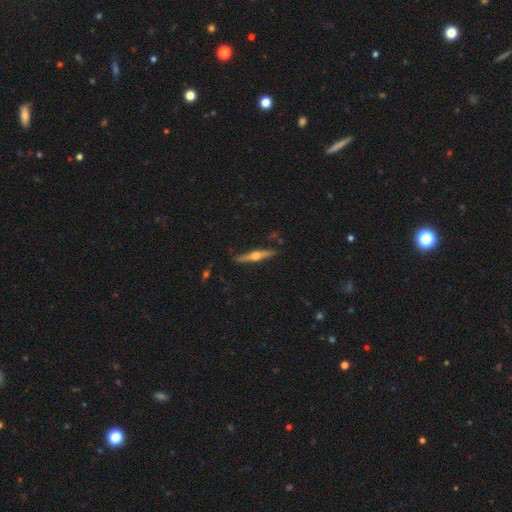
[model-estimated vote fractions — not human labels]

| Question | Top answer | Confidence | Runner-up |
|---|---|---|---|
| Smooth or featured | featured or disk | 70% | smooth (24%) |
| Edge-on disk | yes | 98% | no (2%) |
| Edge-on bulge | rounded | 90% | boxy (6%) |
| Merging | none | 87% | minor disturbance (9%) |